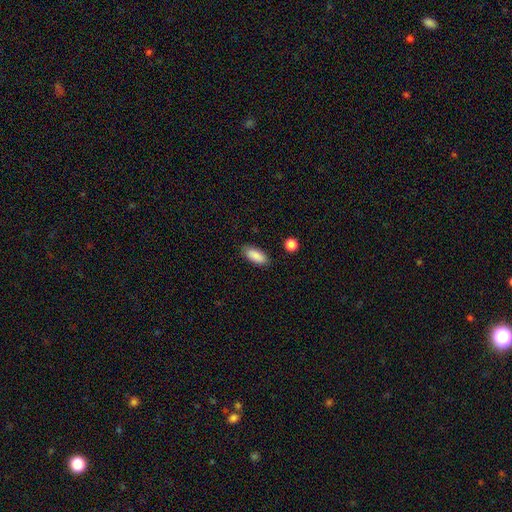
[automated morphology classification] The model was most divided on "how rounded": in between: 85%, cigar-shaped: 12%, round: 2%. More confident: smooth or featured — smooth (89%); merging — none (86%).